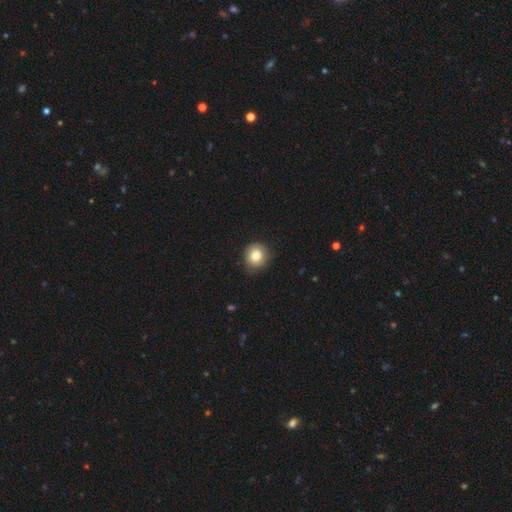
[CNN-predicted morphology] The model was most divided on "merging": none: 81%, minor disturbance: 15%, major disturbance: 3%, merger: 1%. More confident: how rounded — round (87%); smooth or featured — smooth (81%).